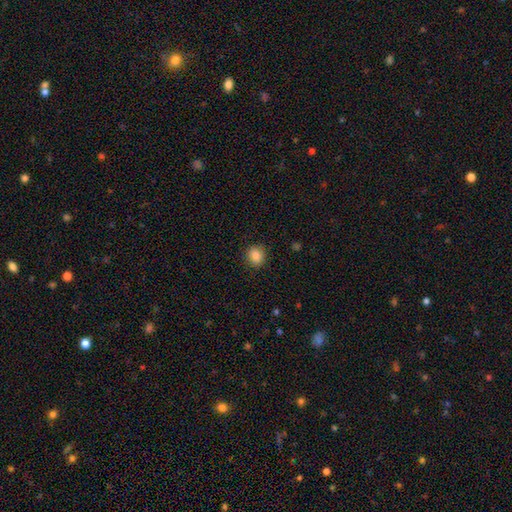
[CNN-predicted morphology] type=smooth (86%); roundness=round (76%); merging=none (88%).